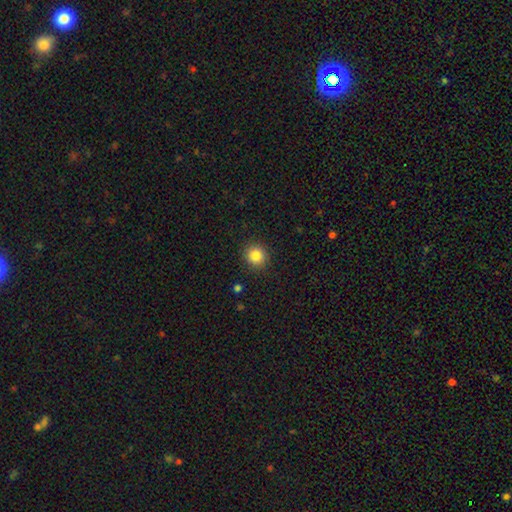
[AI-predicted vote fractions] Smooth or featured: smooth — 85% (star or artifact — 10%)
How rounded: round — 90% (in between — 9%)
Merging: none — 90% (minor disturbance — 6%)